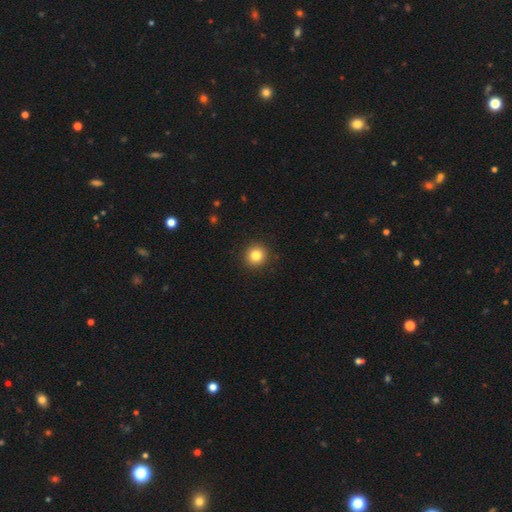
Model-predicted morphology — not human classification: smooth_or_featured: smooth (p=0.82) [alt: star or artifact p=0.11]
how_rounded: round (p=0.94) [alt: in between p=0.06]
merging: none (p=0.92) [alt: minor disturbance p=0.05]